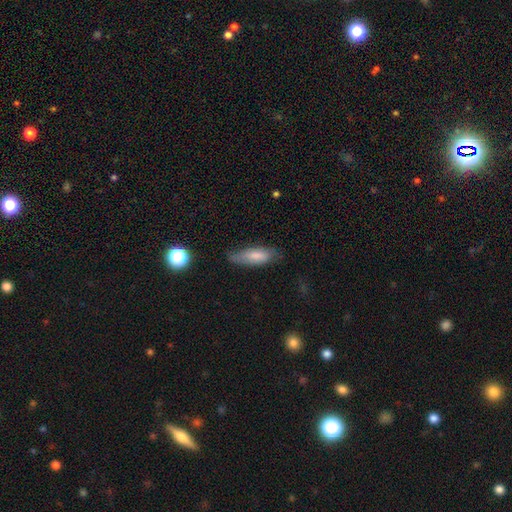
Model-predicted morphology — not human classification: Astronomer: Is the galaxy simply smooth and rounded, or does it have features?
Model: smooth — 76%.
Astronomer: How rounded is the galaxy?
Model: in between — 63%.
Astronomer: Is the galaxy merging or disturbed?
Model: none — 63%.